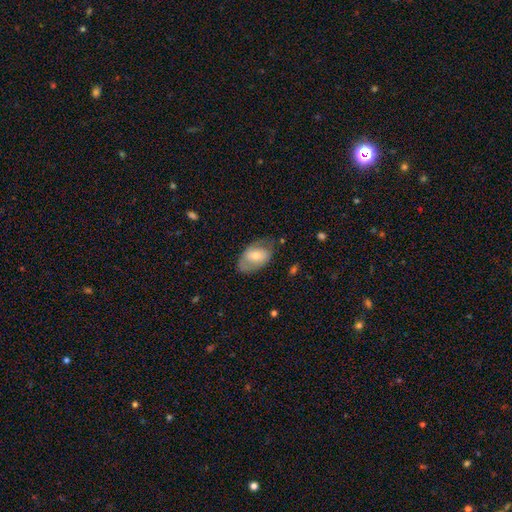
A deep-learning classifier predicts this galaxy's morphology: smooth_or_featured: smooth (p=0.58) [alt: featured or disk p=0.35]
how_rounded: in between (p=0.89) [alt: round p=0.10]
merging: none (p=0.60) [alt: minor disturbance p=0.27]